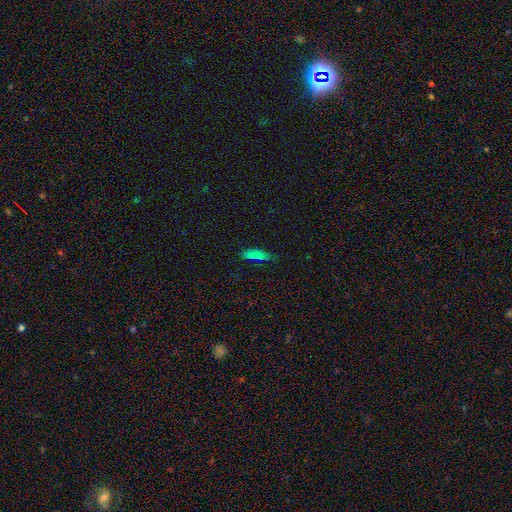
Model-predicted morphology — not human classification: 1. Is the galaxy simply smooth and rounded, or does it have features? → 73% smooth, 18% star or artifact, 9% featured or disk.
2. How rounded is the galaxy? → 52% cigar-shaped, 45% in between, 3% round.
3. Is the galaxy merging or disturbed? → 70% none, 23% minor disturbance, 5% major disturbance, 3% merger.